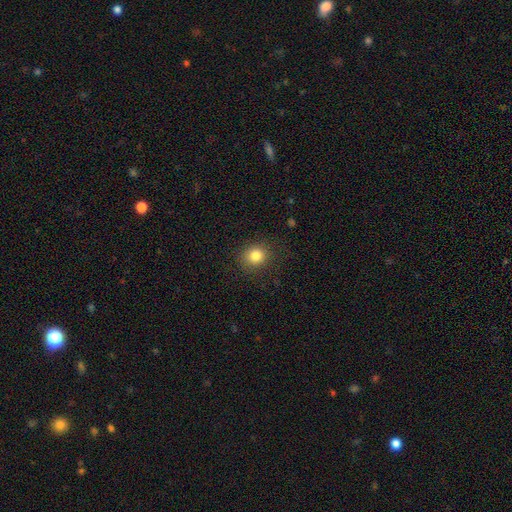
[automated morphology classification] smooth-or-featured: smooth: 82% | star or artifact: 12% | featured or disk: 6%
  how-rounded: round: 82% | in between: 18% | cigar-shaped: 1%
  merging: none: 87% | minor disturbance: 9% | major disturbance: 3% | merger: 1%